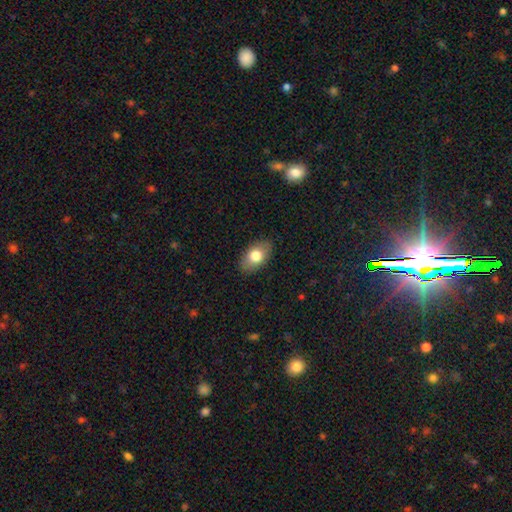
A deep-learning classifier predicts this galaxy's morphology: A smooth galaxy with no disk features (76%) that is in between round and cigar-shaped (90%).

Vote fractions:
- Smooth or featured? smooth: 76% / featured or disk: 17% / star or artifact: 7%
- How rounded? in between: 90% / round: 9% / cigar-shaped: 2%
- Merging? none: 87% / minor disturbance: 10% / major disturbance: 2% / merger: 1%